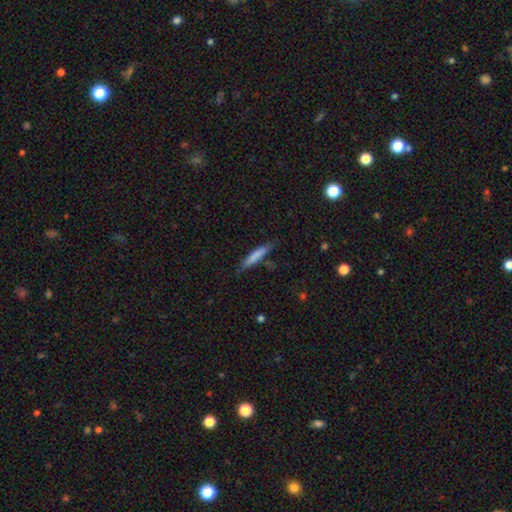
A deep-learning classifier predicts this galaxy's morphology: Smooth or featured? smooth (76%)
How rounded? cigar-shaped (91%)
Merging? none (76%)